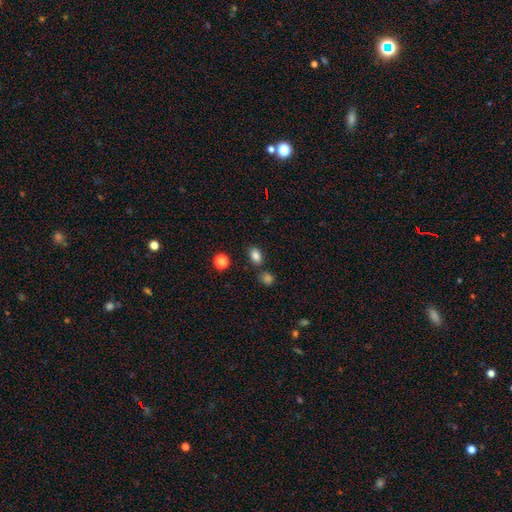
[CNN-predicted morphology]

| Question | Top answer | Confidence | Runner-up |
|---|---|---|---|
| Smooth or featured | smooth | 84% | star or artifact (11%) |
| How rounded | in between | 82% | round (17%) |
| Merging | none | 74% | minor disturbance (12%) |